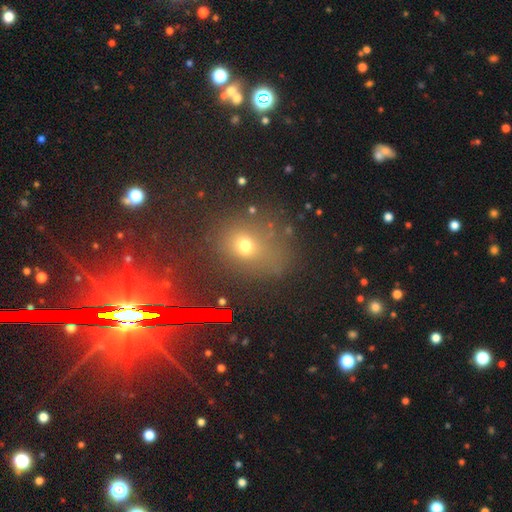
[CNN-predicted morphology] The model was most divided on "smooth or featured": smooth: 49%, star or artifact: 38%, featured or disk: 13%. More confident: merging — none (75%).